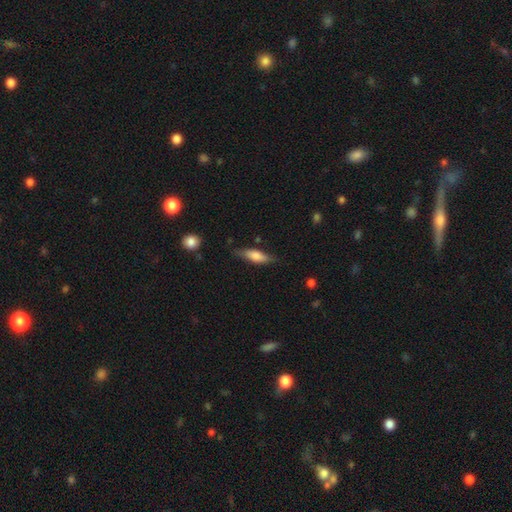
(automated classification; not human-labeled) smooth_or_featured: smooth (p=0.64) [alt: featured or disk p=0.30]
how_rounded: in between (p=0.50) [alt: cigar-shaped p=0.48]
merging: none (p=0.72) [alt: minor disturbance p=0.21]